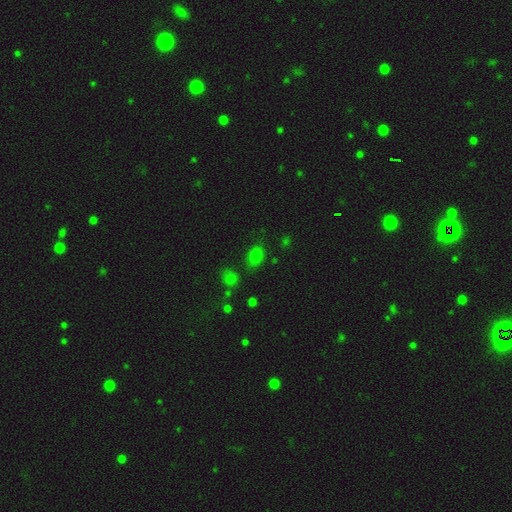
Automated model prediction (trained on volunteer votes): This is likely a smooth galaxy (75%). How rounded: likely in between (69%). Merging: likely none (75%).